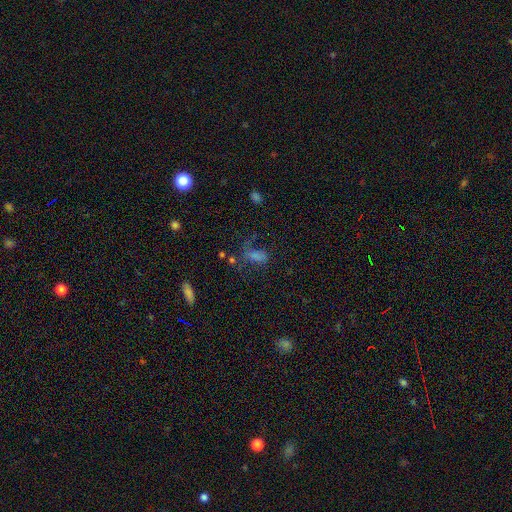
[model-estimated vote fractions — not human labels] Overall: smooth (45%; star or artifact 30%). Merging: none (44%; major disturbance 31%).